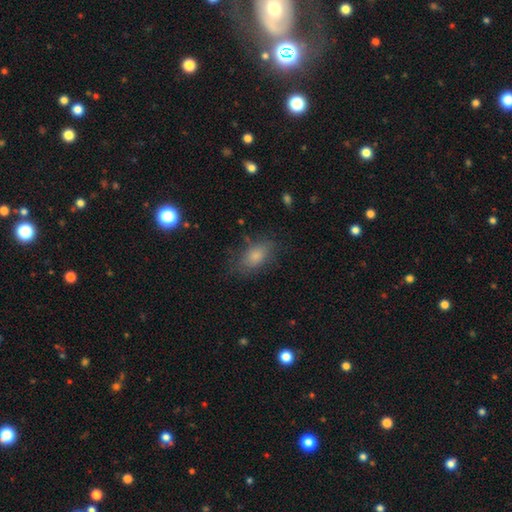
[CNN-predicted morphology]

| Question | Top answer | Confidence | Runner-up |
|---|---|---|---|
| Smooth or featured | smooth | 75% | featured or disk (14%) |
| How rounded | in between | 86% | round (10%) |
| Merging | none | 70% | minor disturbance (19%) |